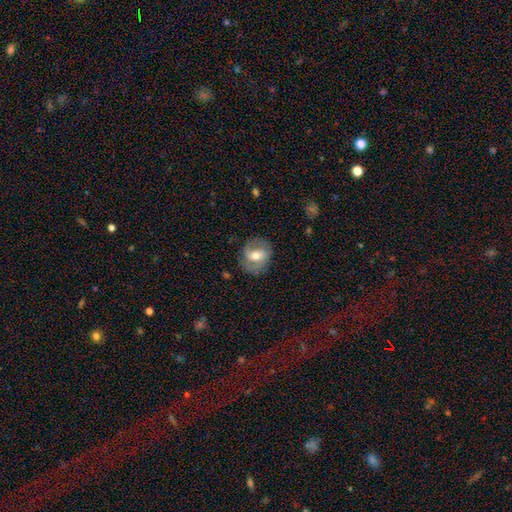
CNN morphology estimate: Overall: featured or disk (57%; smooth 35%). Edge-on disk: no (96%). Bar: weak (44%; no 33%). Spiral arms: yes (73%). Bulge size: moderate (71%). Merging: none (75%).